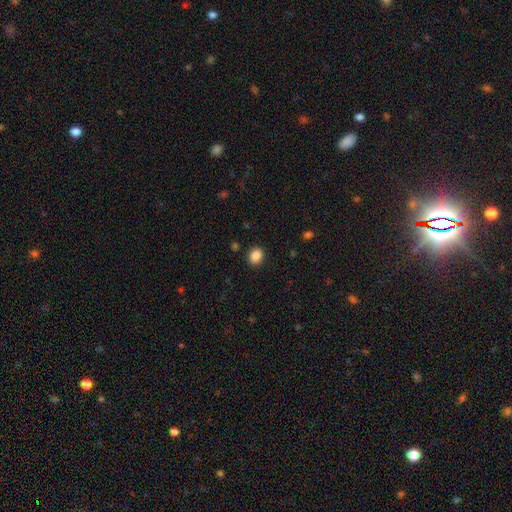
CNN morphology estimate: Overall: smooth (88%). How rounded: round (53%; in between 46%). Merging: none (89%).